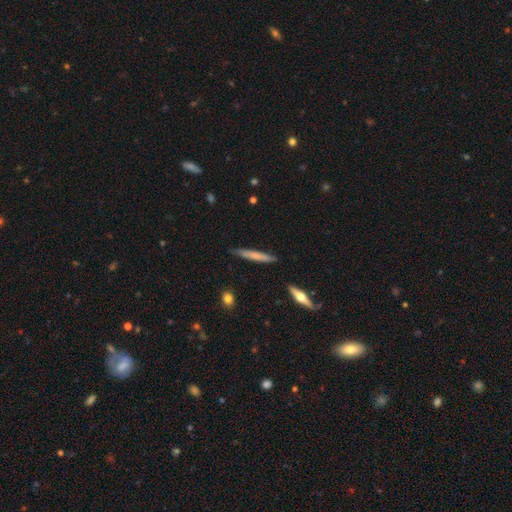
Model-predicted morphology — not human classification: Q: Smooth or featured?
A: smooth (64%); runner-up: featured or disk (30%)
Q: How rounded?
A: cigar-shaped (94%); runner-up: in between (4%)
Q: Merging?
A: none (85%); runner-up: minor disturbance (12%)